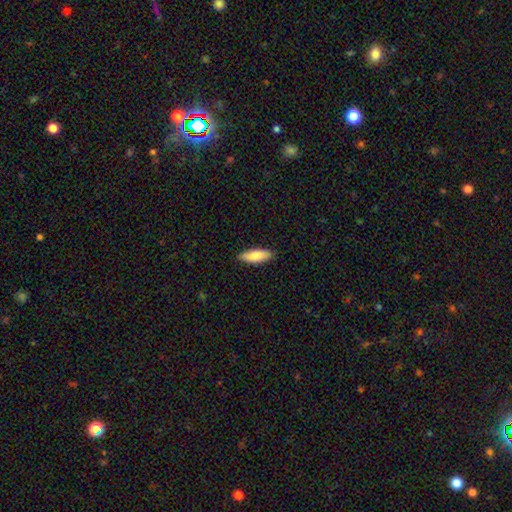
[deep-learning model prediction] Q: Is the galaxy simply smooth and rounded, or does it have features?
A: smooth — 83%.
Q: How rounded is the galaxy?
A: in between — 62%.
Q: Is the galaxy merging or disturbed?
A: none — 88%.